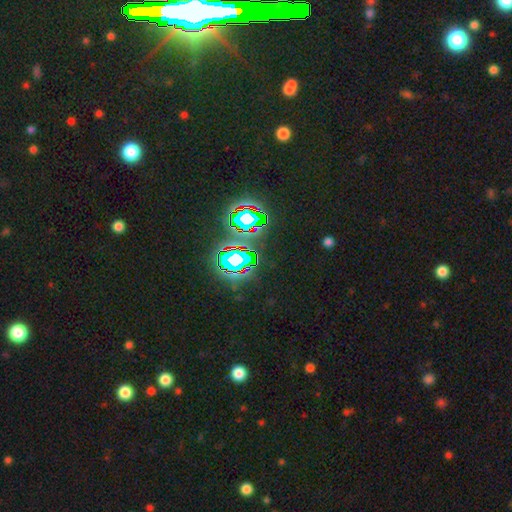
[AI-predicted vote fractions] Smooth or featured? star or artifact (81%)